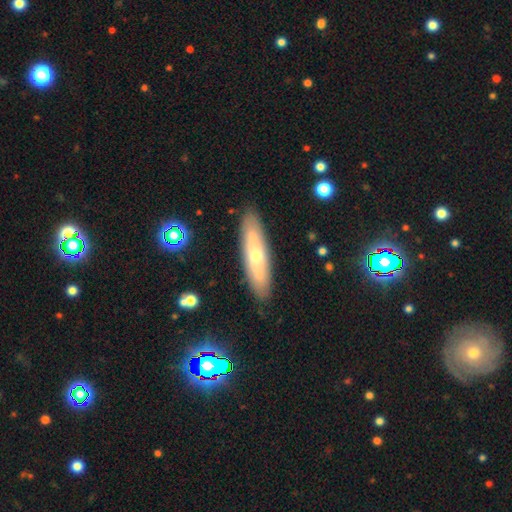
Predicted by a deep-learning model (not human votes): Smooth or featured? featured or disk (51%)
Edge-on disk? yes (56%)
Merging? none (87%)